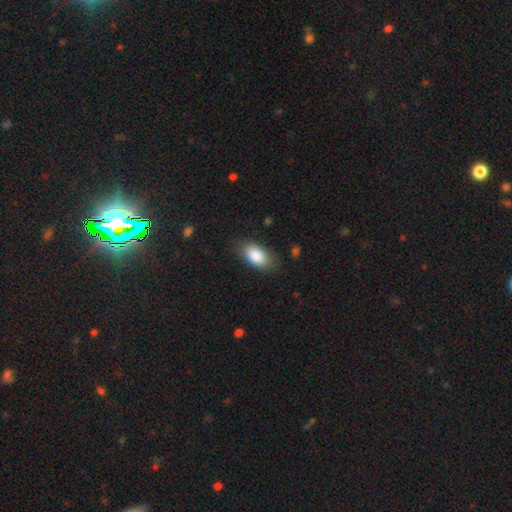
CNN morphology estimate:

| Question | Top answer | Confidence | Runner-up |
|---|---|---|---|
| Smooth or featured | smooth | 86% | featured or disk (7%) |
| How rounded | in between | 93% | cigar-shaped (4%) |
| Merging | none | 81% | minor disturbance (14%) |